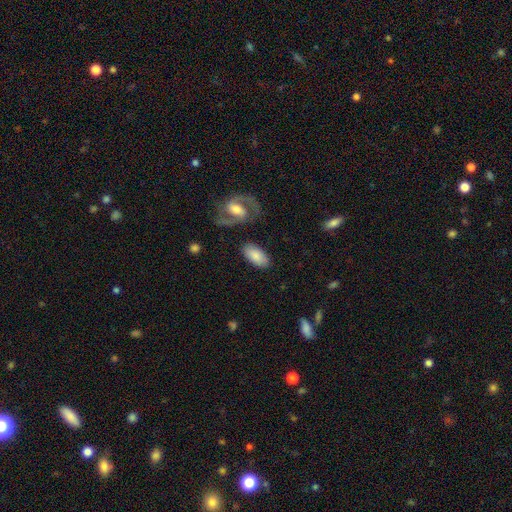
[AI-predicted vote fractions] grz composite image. It shows a smooth galaxy with no disk features (77%) that is in between round and cigar-shaped (93%). Merging: none (79%).